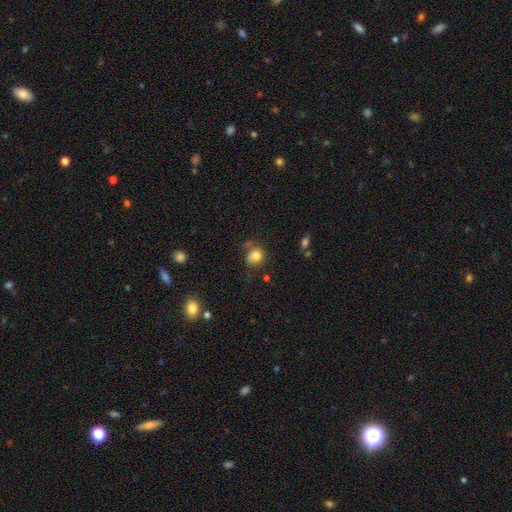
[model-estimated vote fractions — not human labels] smooth_or_featured: smooth (p=0.79) [alt: star or artifact p=0.11]
how_rounded: round (p=0.71) [alt: in between p=0.28]
merging: none (p=0.56) [alt: minor disturbance p=0.25]